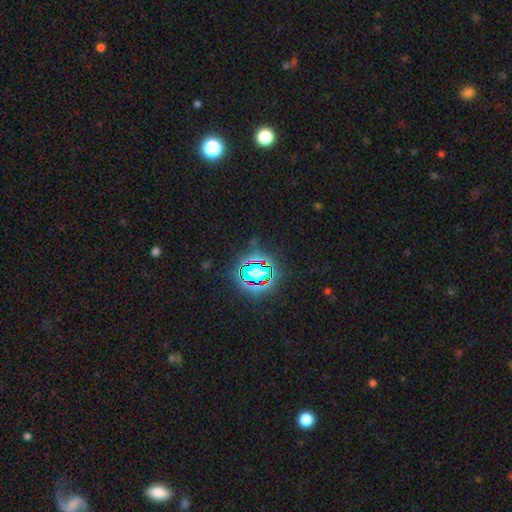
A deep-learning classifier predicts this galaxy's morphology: This appears to be a star or artifact, not a galaxy (81%).